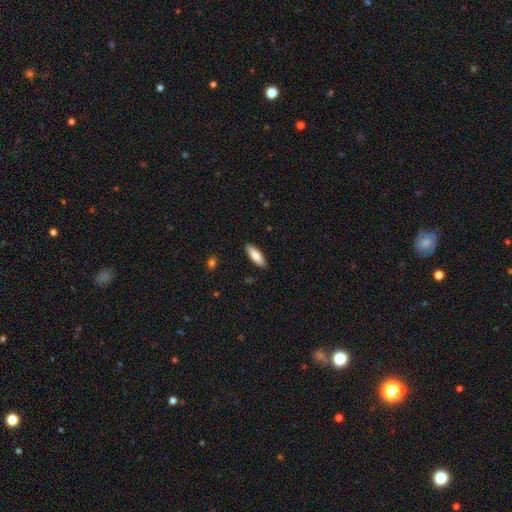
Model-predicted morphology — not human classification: Q: Smooth or featured?
A: smooth (81%); runner-up: featured or disk (14%)
Q: How rounded?
A: in between (57%); runner-up: cigar-shaped (41%)
Q: Merging?
A: none (89%); runner-up: minor disturbance (8%)